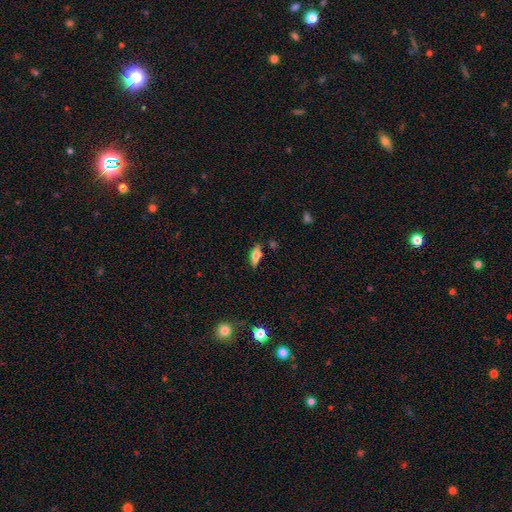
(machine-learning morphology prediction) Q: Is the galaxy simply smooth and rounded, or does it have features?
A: smooth — 53%.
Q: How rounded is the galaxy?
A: in between — 58%.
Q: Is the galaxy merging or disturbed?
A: none — 79%.